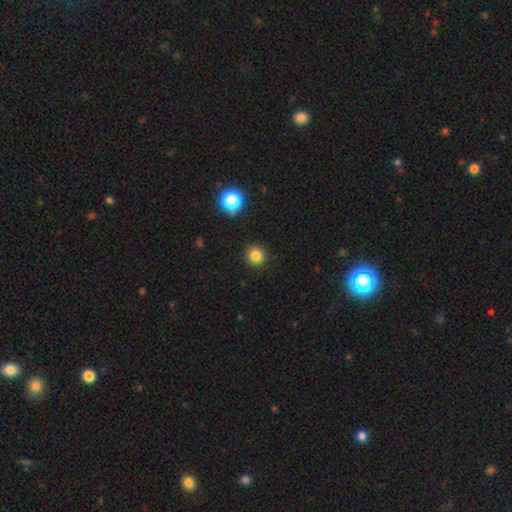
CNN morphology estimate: smooth_or_featured: smooth (p=0.82) [alt: star or artifact p=0.13]
how_rounded: round (p=0.93) [alt: in between p=0.06]
merging: none (p=0.91) [alt: minor disturbance p=0.06]